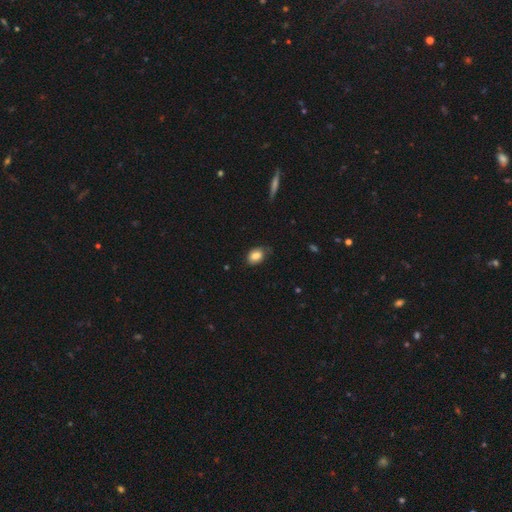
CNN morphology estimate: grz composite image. It shows a smooth galaxy with no disk features (82%) that is in between round and cigar-shaped (79%). Merging: none (67%).